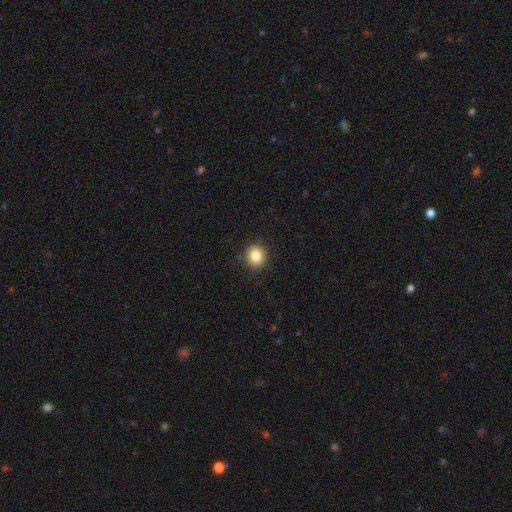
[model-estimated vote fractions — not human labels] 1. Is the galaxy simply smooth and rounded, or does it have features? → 85% smooth, 10% star or artifact, 5% featured or disk.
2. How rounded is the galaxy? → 83% round, 17% in between, 1% cigar-shaped.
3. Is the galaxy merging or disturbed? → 90% none, 7% minor disturbance, 2% major disturbance, 1% merger.